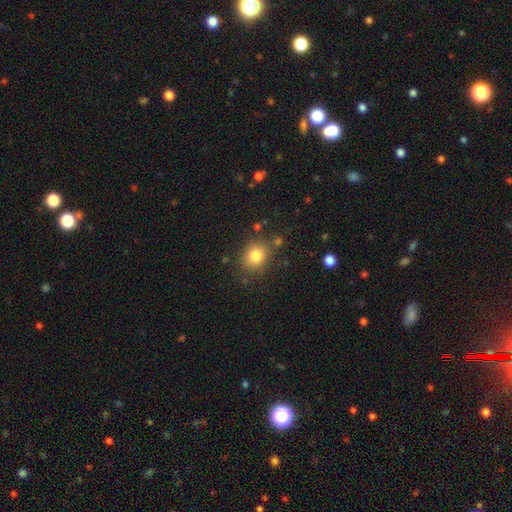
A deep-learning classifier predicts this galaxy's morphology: Smooth or featured: smooth — 81% (star or artifact — 11%)
How rounded: round — 67% (in between — 32%)
Merging: none — 81% (minor disturbance — 11%)